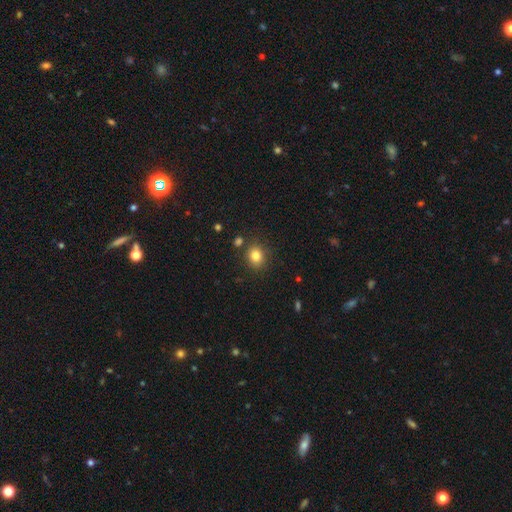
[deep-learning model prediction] smooth_or_featured: smooth (p=0.82) [alt: star or artifact p=0.11]
how_rounded: round (p=0.67) [alt: in between p=0.32]
merging: none (p=0.82) [alt: minor disturbance p=0.10]